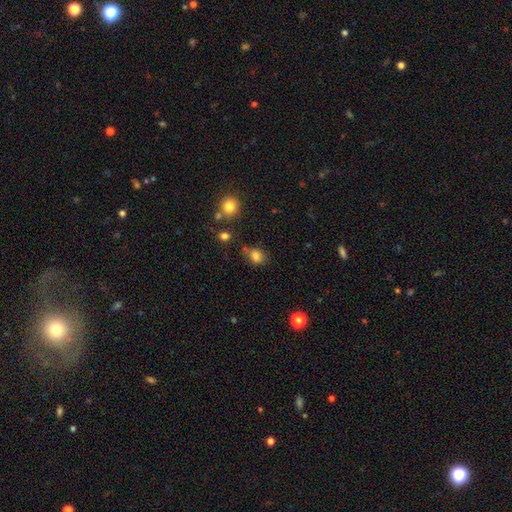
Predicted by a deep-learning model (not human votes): Overall: smooth (81%). How rounded: in between (59%; round 40%). Merging: none (60%; minor disturbance 24%).